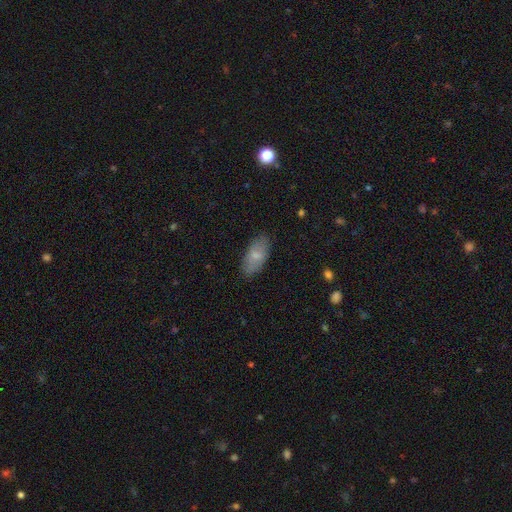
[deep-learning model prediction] smooth_or_featured: smooth (p=0.76) [alt: featured or disk p=0.18]
how_rounded: in between (p=0.90) [alt: cigar-shaped p=0.07]
merging: none (p=0.84) [alt: minor disturbance p=0.12]